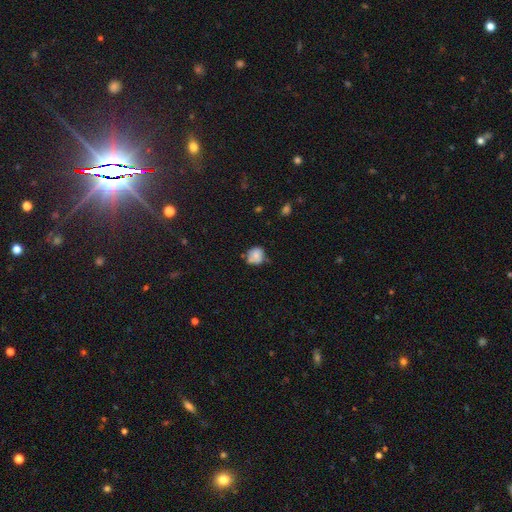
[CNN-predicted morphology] smooth_or_featured: smooth (p=0.75) [alt: featured or disk p=0.15]
how_rounded: round (p=0.74) [alt: in between p=0.25]
merging: none (p=0.52) [alt: minor disturbance p=0.32]